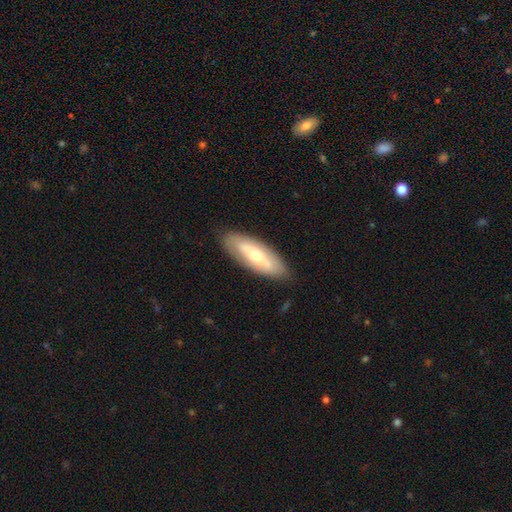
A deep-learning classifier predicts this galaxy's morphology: smooth_or_featured: featured or disk (p=0.49) [alt: smooth p=0.45]
merging: none (p=0.84) [alt: minor disturbance p=0.12]